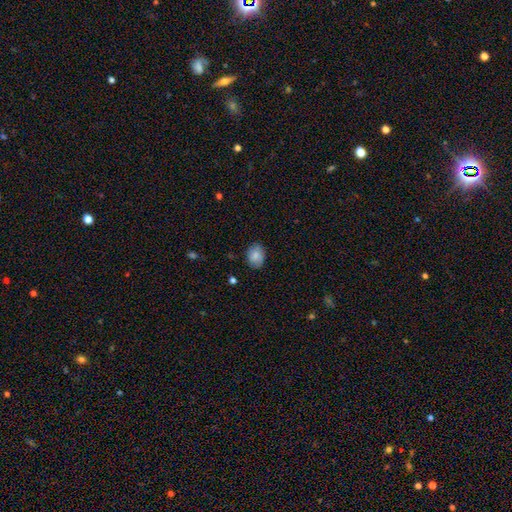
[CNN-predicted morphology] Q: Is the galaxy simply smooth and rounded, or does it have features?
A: smooth — 79%.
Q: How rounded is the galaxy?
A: in between — 62%.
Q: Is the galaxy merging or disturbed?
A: none — 80%.